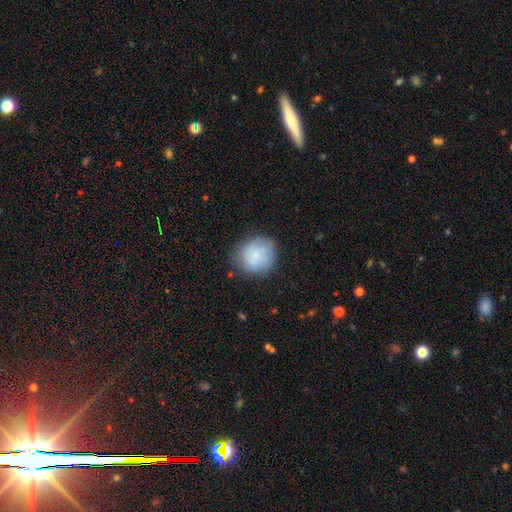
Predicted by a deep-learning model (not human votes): A smooth galaxy with no disk features (79%) that is round (86%). Merging: none (71%).